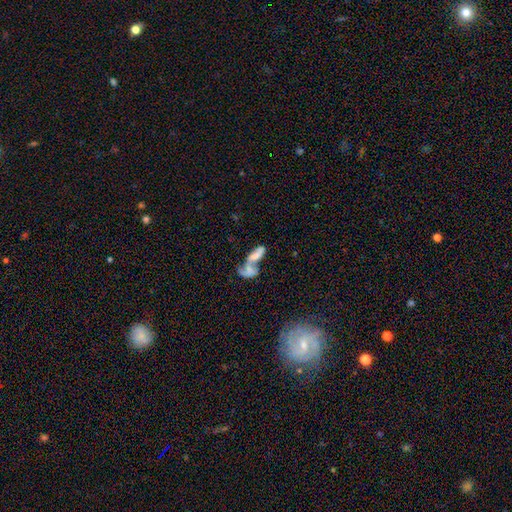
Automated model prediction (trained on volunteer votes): Smooth or featured: featured or disk — 45% (smooth — 44%)
Merging: merger — 73% (none — 12%)